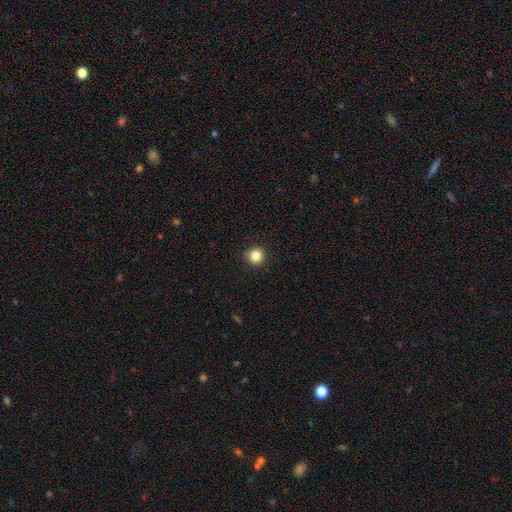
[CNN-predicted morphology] The model was most divided on "smooth or featured": smooth: 84%, star or artifact: 11%, featured or disk: 4%. More confident: how rounded — round (91%); merging — none (87%).